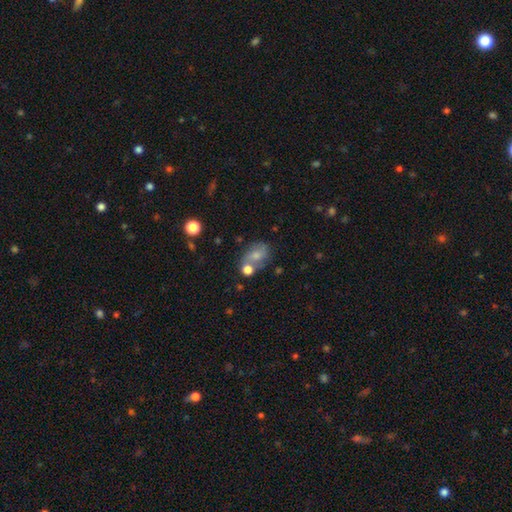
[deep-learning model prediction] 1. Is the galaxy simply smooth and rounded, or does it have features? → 53% smooth, 36% featured or disk, 11% star or artifact.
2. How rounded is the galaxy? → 64% in between, 34% round, 2% cigar-shaped.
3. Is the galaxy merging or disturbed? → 47% none, 26% merger, 18% minor disturbance, 9% major disturbance.